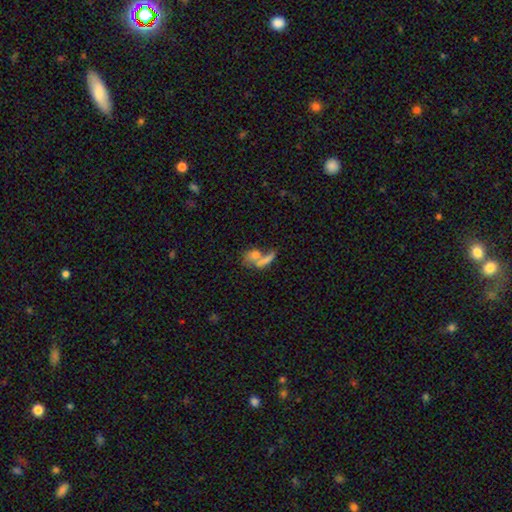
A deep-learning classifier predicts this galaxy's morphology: Smooth or featured?
  - smooth: 68% *
  - featured or disk: 21%
  - star or artifact: 11%
How rounded?
  - in between: 54% *
  - round: 23%
  - cigar-shaped: 23%
Merging?
  - merger: 53% *
  - none: 31%
  - minor disturbance: 8%
  - major disturbance: 8%